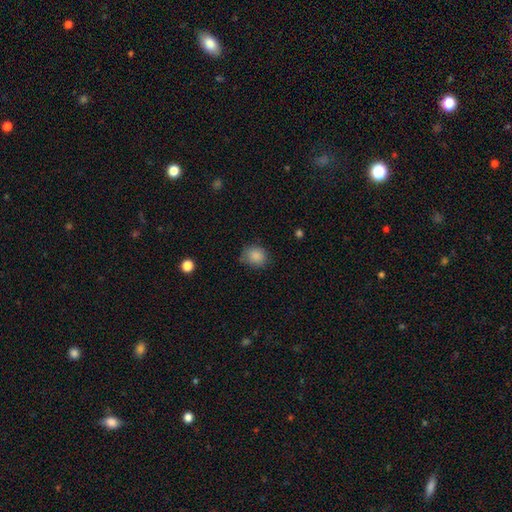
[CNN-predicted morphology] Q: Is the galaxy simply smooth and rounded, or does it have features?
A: smooth — 86%.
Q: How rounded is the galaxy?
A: round — 69%.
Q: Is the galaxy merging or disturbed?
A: none — 70%.